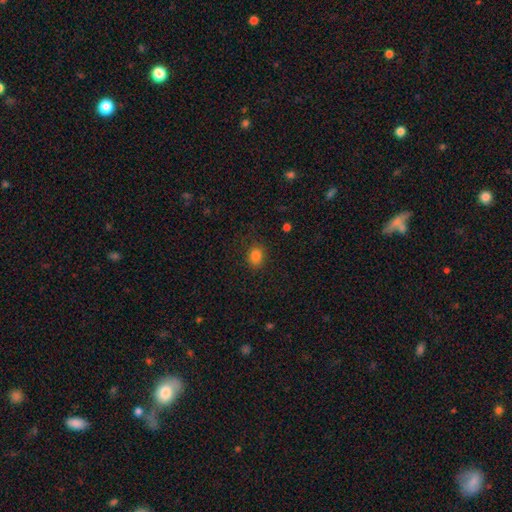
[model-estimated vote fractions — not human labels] Overall: smooth (82%). How rounded: round (56%; in between 43%). Merging: none (83%).